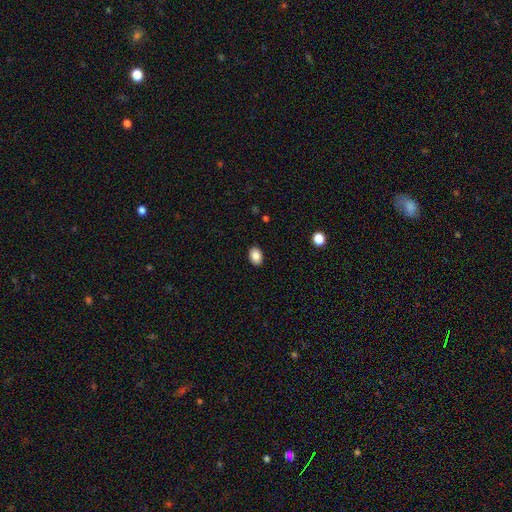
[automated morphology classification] Q: Smooth or featured?
A: smooth (87%); runner-up: star or artifact (8%)
Q: How rounded?
A: in between (77%); runner-up: round (22%)
Q: Merging?
A: none (90%); runner-up: minor disturbance (7%)